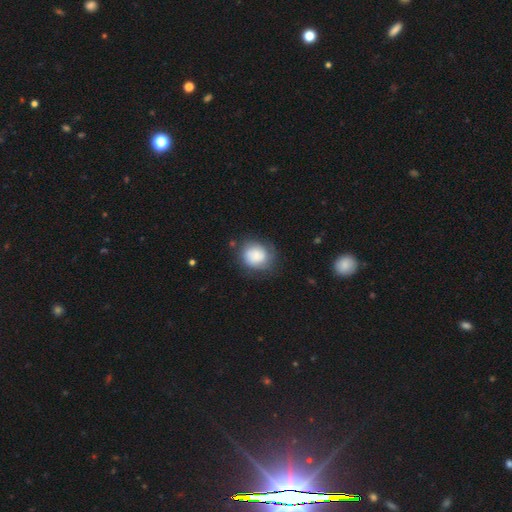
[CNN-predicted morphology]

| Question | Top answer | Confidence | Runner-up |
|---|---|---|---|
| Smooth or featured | smooth | 74% | featured or disk (18%) |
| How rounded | round | 75% | in between (24%) |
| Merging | none | 67% | minor disturbance (21%) |